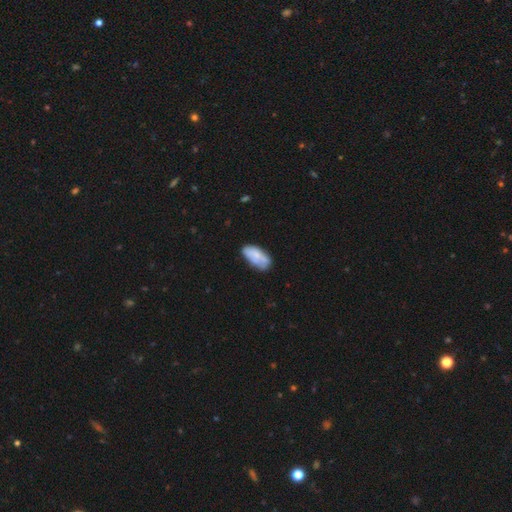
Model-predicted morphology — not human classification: type=smooth (65%); roundness=in between (92%); merging=none (54%).